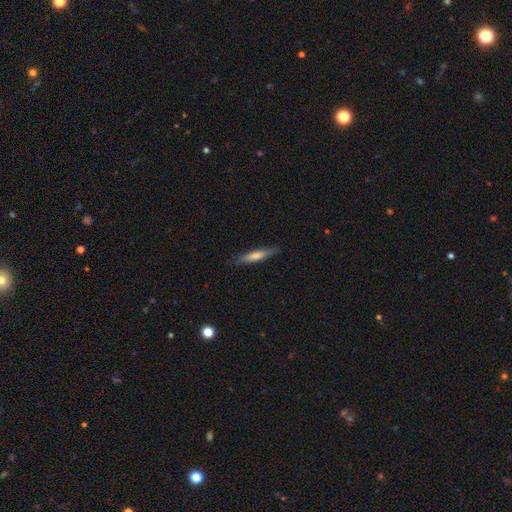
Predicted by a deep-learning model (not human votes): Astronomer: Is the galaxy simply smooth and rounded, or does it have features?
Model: smooth — 55% (runner-up: featured or disk, 38%).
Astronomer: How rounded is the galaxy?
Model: cigar-shaped — 92%.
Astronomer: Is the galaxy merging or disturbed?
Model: none — 88%.